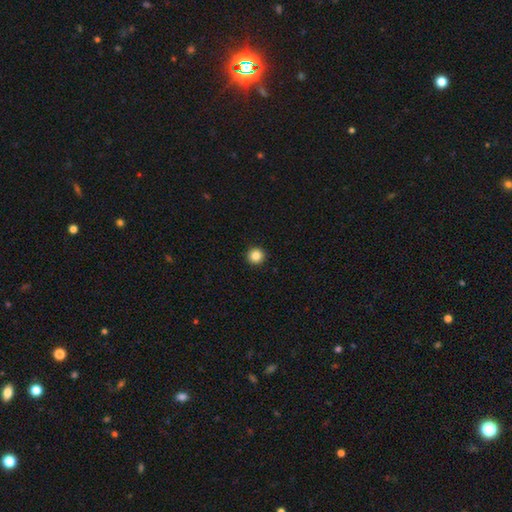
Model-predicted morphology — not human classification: Overall: smooth (86%). How rounded: round (96%). Merging: none (94%).